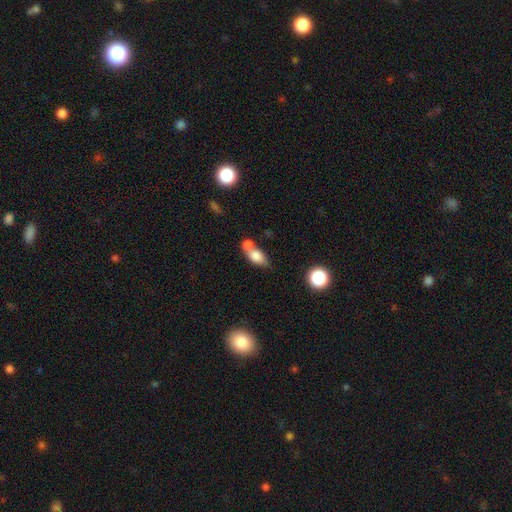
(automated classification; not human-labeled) Morphology: type=smooth (76%); roundness=in between (77%); merging=merger (56%).